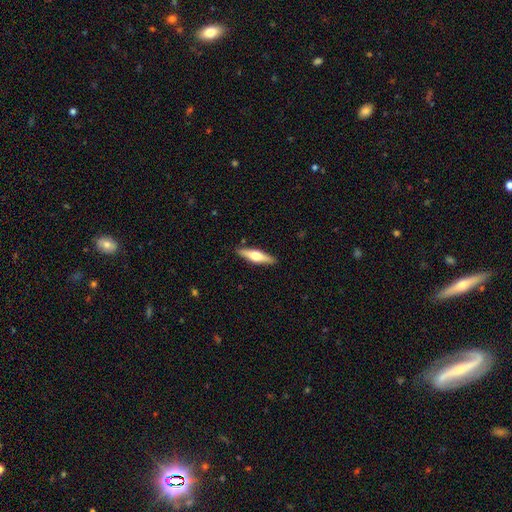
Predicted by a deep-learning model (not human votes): Q: Smooth or featured?
A: featured or disk (54%); runner-up: smooth (40%)
Q: Edge-on disk?
A: yes (94%); runner-up: no (6%)
Q: Edge-on bulge?
A: rounded (94%); runner-up: boxy (3%)
Q: Merging?
A: none (90%); runner-up: minor disturbance (7%)